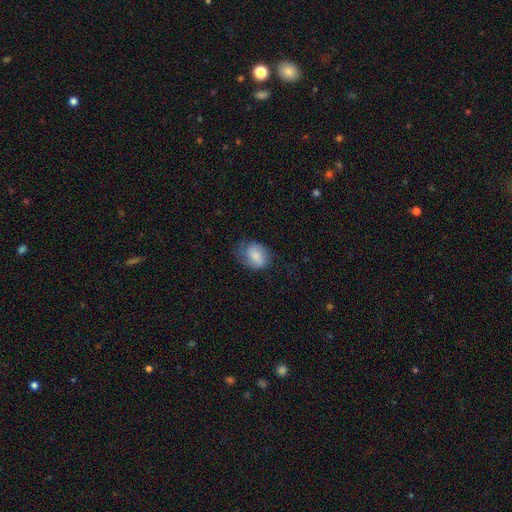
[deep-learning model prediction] The model was most divided on "how rounded": in between: 59%, round: 40%, cigar-shaped: 1%. More confident: smooth or featured — smooth (71%); merging — none (56%).